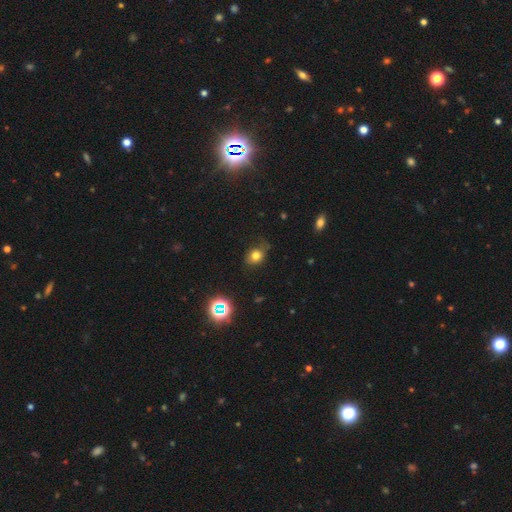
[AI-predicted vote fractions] Smooth or featured? Predicted: smooth (p=0.74). How rounded? Predicted: round (p=0.52). Merging? Predicted: none (p=0.64).